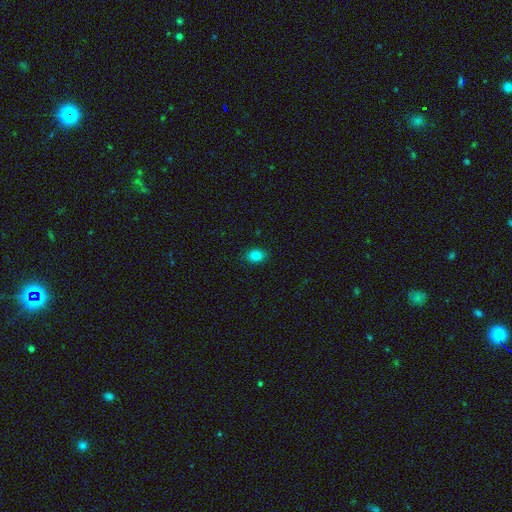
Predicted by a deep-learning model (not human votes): This appears to be a smooth galaxy with no disk features (84%) that is in between round and cigar-shaped (66%). Merging: none (87%).